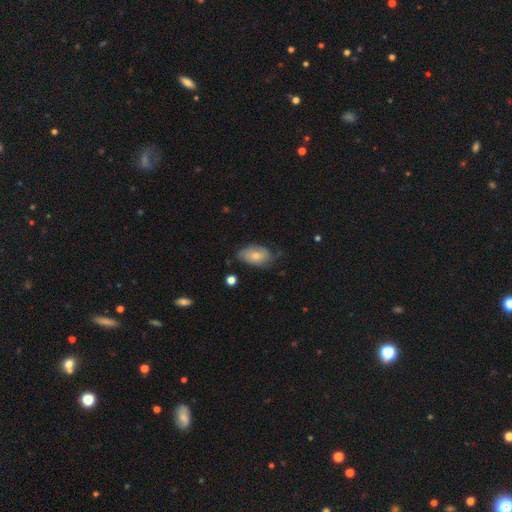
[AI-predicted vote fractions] Smooth or featured?
  - smooth: 61% *
  - featured or disk: 33%
  - star or artifact: 7%
How rounded?
  - in between: 90% *
  - round: 7%
  - cigar-shaped: 2%
Merging?
  - none: 52% *
  - minor disturbance: 35%
  - major disturbance: 11%
  - merger: 2%